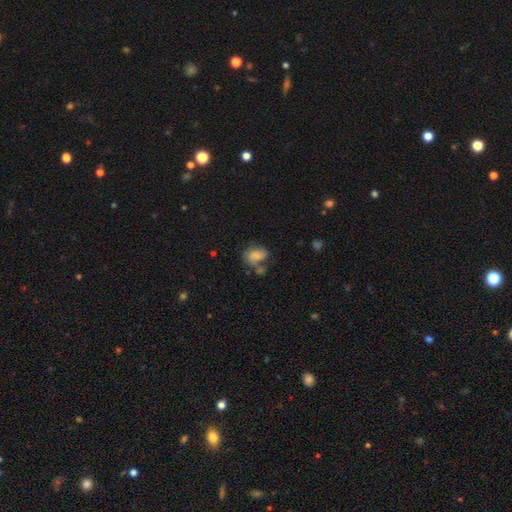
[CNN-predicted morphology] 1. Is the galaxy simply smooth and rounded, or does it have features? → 72% smooth, 18% featured or disk, 10% star or artifact.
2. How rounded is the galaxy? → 80% in between, 19% round, 2% cigar-shaped.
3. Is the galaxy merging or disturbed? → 36% none, 24% merger, 23% minor disturbance, 17% major disturbance.